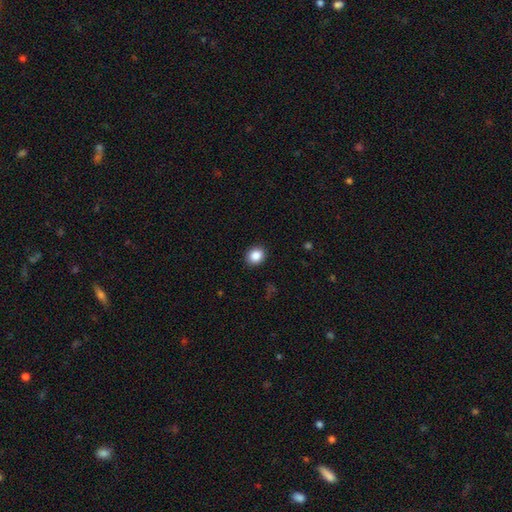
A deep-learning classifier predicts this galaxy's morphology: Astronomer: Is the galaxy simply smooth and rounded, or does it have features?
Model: smooth — 87%.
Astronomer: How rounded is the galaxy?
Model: round — 66%.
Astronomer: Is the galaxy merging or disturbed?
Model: none — 89%.